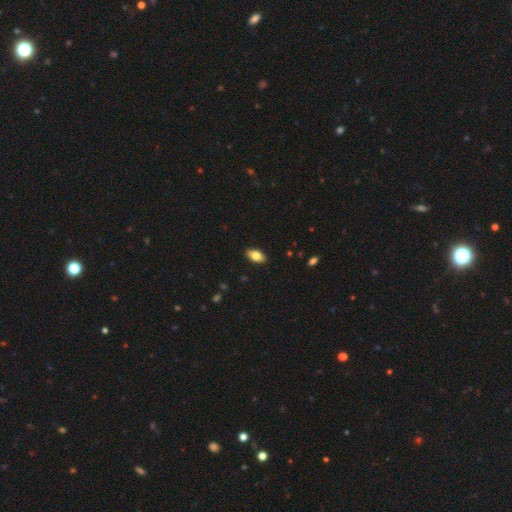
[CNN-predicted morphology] smooth-or-featured: smooth: 77% | featured or disk: 16% | star or artifact: 7%
  how-rounded: in between: 91% | cigar-shaped: 5% | round: 4%
  merging: none: 89% | minor disturbance: 8% | major disturbance: 2% | merger: 1%